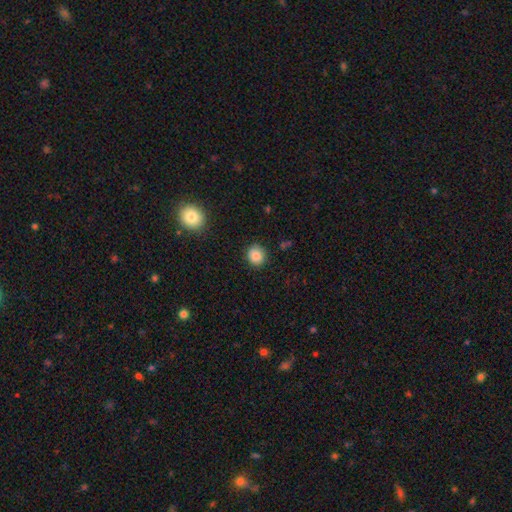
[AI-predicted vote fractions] The model was most divided on "how rounded": round: 85%, in between: 14%, cigar-shaped: 1%. More confident: merging — none (89%); smooth or featured — smooth (85%).